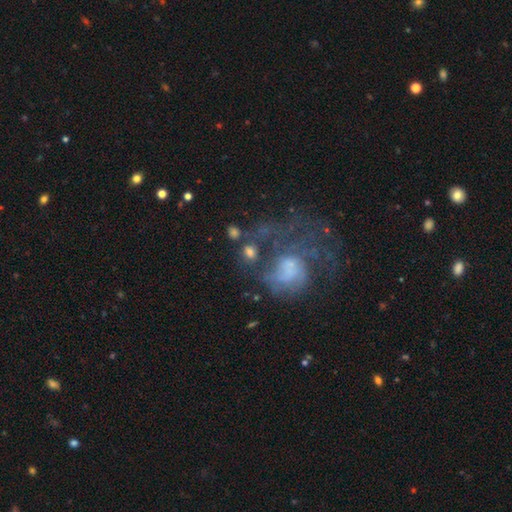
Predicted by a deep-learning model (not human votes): Smooth or featured: featured or disk — 54% (star or artifact — 24%)
Edge-on disk: no — 96% (yes — 4%)
Bar: no — 80% (weak — 16%)
Spiral arms: yes — 54% (no — 46%)
Bulge size: moderate — 42% (small — 26%)
Merging: none — 43% (major disturbance — 33%)